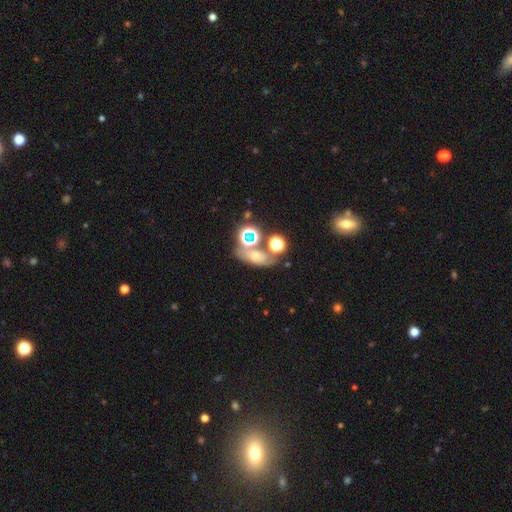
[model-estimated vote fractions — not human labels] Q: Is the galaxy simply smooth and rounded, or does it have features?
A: smooth — 44%.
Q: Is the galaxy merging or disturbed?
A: none — 48%.